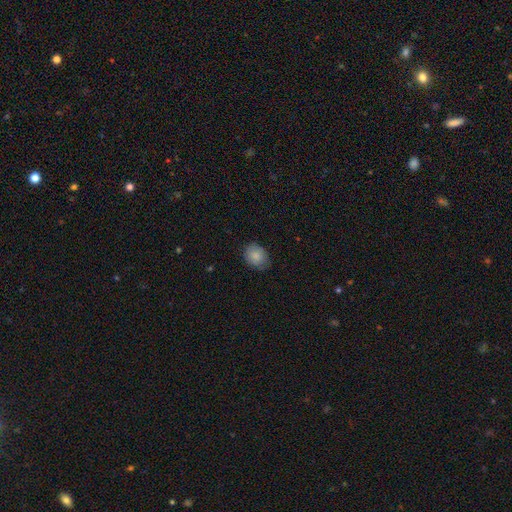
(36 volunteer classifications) Smooth or featured?
  - smooth: 92% *
  - star or artifact: 6%
  - featured or disk: 3%
How rounded?
  - in between: 64% *
  - round: 36%
  - cigar-shaped: 0%
Merging?
  - none: 50% *
  - minor disturbance: 44%
  - major disturbance: 6%
  - merger: 0%